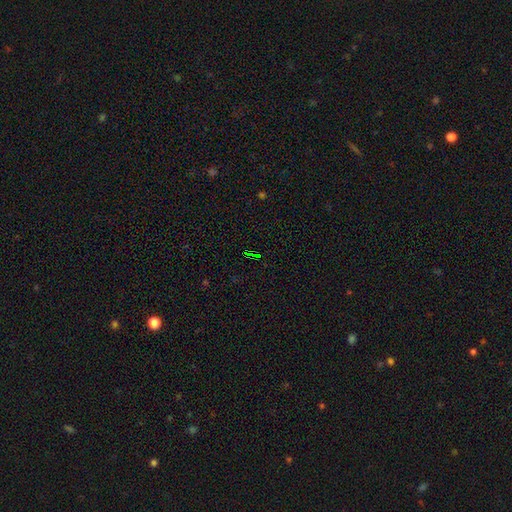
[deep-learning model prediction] Smooth or featured: star or artifact — 74% (smooth — 16%)